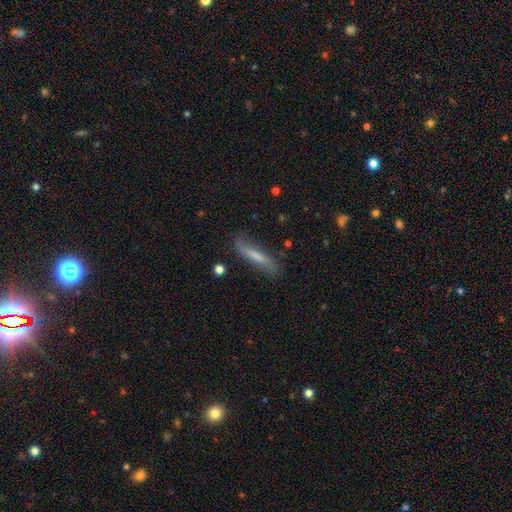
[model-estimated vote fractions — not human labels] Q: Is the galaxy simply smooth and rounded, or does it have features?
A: smooth — 52%.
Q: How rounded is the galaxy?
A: cigar-shaped — 85%.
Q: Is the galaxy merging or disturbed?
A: none — 75%.